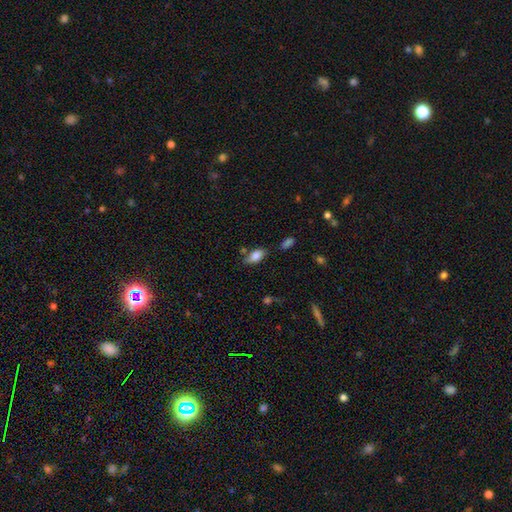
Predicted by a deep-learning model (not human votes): Overall: smooth (78%). How rounded: in between (87%). Merging: none (70%).